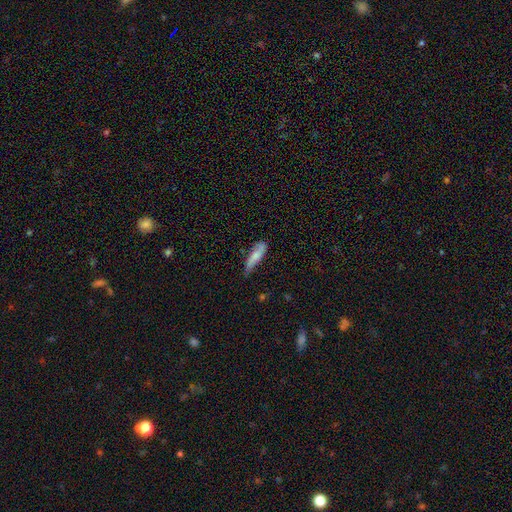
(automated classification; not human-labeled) Smooth or featured? smooth (71%)
How rounded? cigar-shaped (67%)
Merging? none (47%)